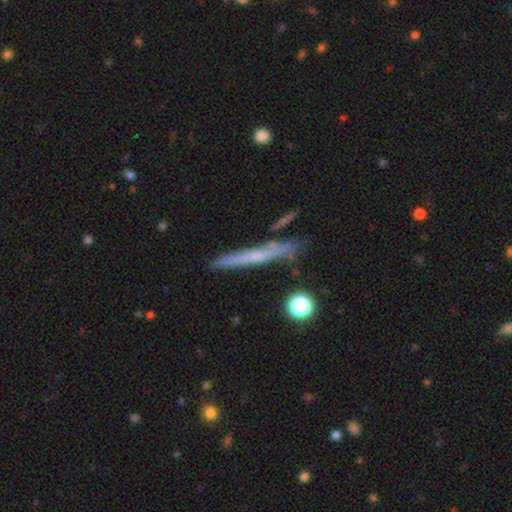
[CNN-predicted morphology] Smooth or featured? smooth (47%)
Merging? none (82%)